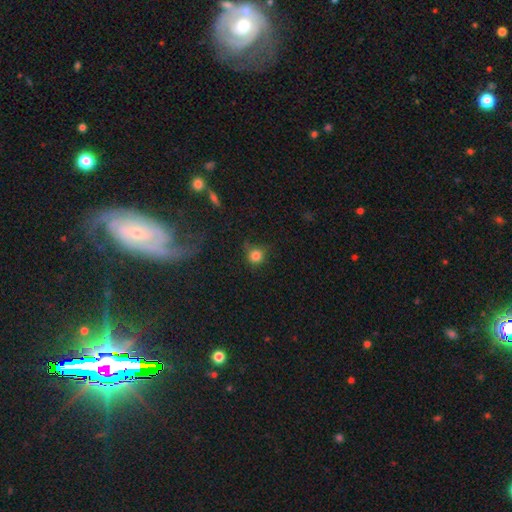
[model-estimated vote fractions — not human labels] This is clearly a smooth galaxy (83%). How rounded: clearly round (92%). Merging: likely none (73%).